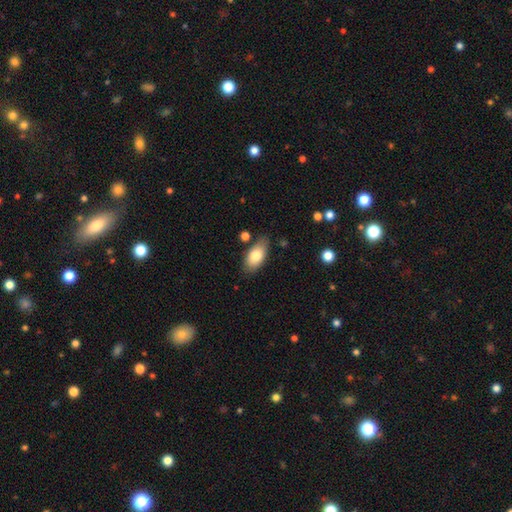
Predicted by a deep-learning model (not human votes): Q: Smooth or featured?
A: smooth (80%); runner-up: featured or disk (14%)
Q: How rounded?
A: in between (92%); runner-up: cigar-shaped (4%)
Q: Merging?
A: none (78%); runner-up: minor disturbance (15%)